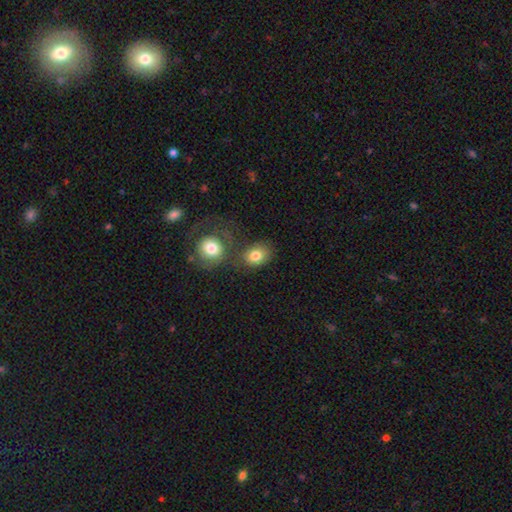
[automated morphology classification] smooth 79%, featured or disk 12%, star or artifact 9%. Down the decision tree: how rounded — round (56%); merging — none (58%).